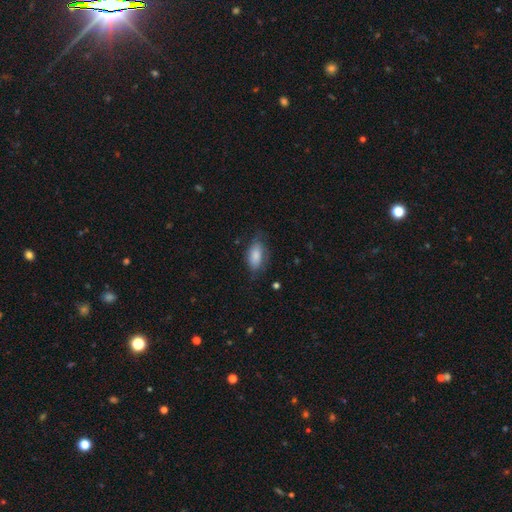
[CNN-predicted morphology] smooth_or_featured: smooth (p=0.79) [alt: featured or disk p=0.14]
how_rounded: in between (p=0.92) [alt: cigar-shaped p=0.04]
merging: none (p=0.61) [alt: minor disturbance p=0.27]